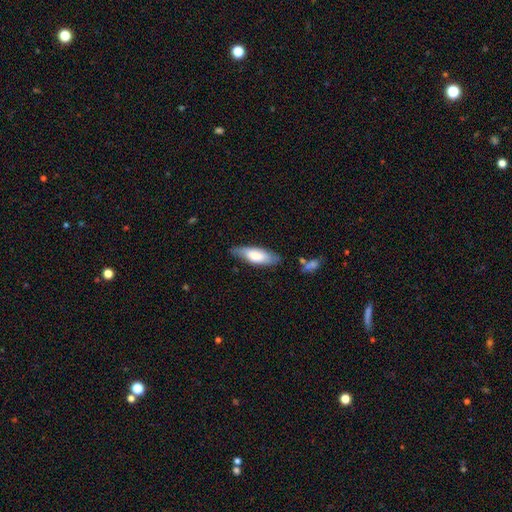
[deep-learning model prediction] This appears to be a smooth galaxy with no disk features (69%) that is in between round and cigar-shaped (60%). Merging: none (74%).